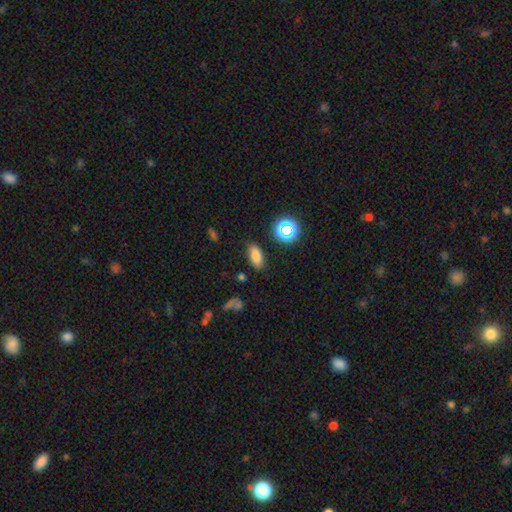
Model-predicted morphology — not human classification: Overall: smooth (76%). How rounded: in between (89%). Merging: none (80%).